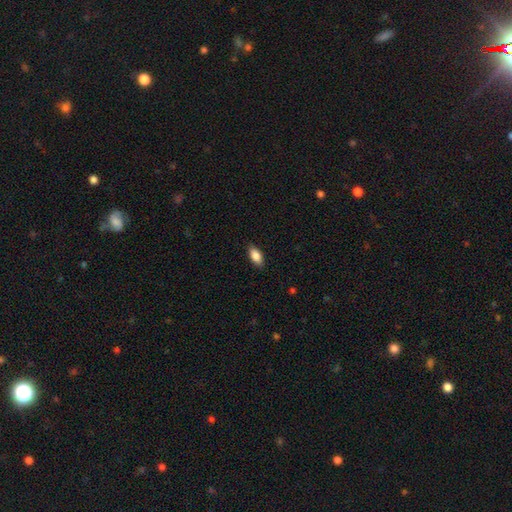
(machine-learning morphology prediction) This is clearly a smooth galaxy (86%). How rounded: clearly in between (89%). Merging: clearly none (87%).